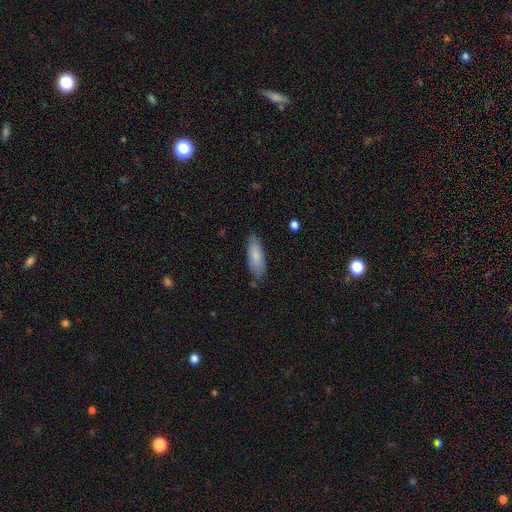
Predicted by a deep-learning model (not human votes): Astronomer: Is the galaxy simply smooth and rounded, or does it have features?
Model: smooth — 82%.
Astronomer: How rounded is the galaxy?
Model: in between — 58% (runner-up: cigar-shaped, 40%).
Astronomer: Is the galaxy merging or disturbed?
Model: none — 78%.